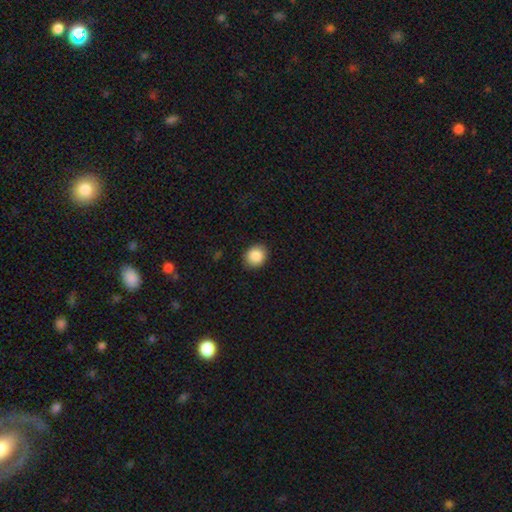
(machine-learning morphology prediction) smooth 88%, star or artifact 8%, featured or disk 4%. Down the decision tree: how rounded — round (70%); merging — none (89%).